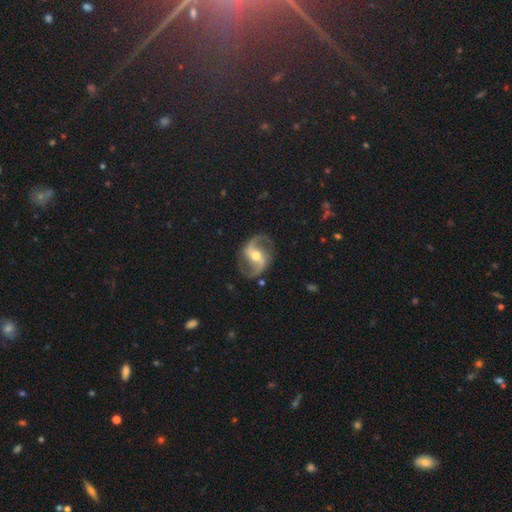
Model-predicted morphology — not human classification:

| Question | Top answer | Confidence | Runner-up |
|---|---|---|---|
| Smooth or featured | featured or disk | 91% | smooth (5%) |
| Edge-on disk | no | 98% | yes (2%) |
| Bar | strong | 46% | weak (35%) |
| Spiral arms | yes | 96% | no (4%) |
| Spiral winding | medium | 49% | loose (41%) |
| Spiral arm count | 2 | 94% | can't tell (2%) |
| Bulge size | moderate | 63% | small (31%) |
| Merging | none | 84% | minor disturbance (11%) |